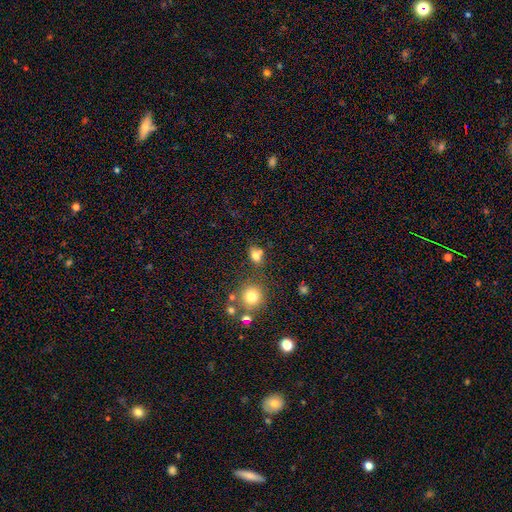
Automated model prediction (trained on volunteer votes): Smooth or featured? Predicted: smooth (p=0.75). How rounded? Predicted: in between (p=0.60). Merging? Predicted: none (p=0.56).